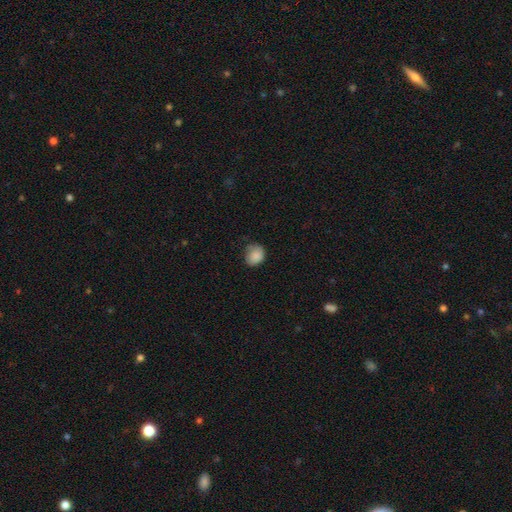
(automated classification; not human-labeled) This appears to be a smooth galaxy with no disk features (83%) that is round (61%). Merging: none (55%).